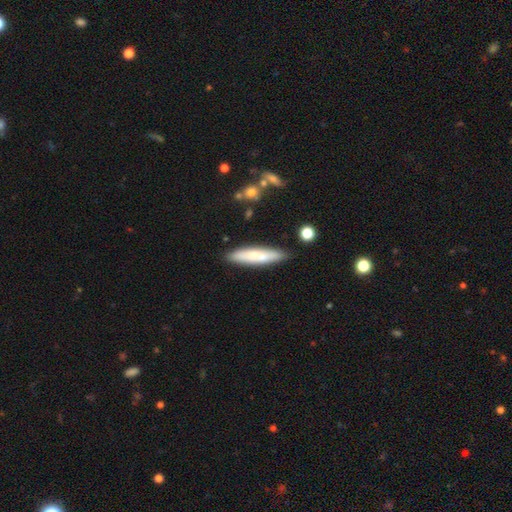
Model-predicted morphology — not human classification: This is likely a smooth galaxy (70%). How rounded: clearly cigar-shaped (82%). Merging: clearly none (85%).